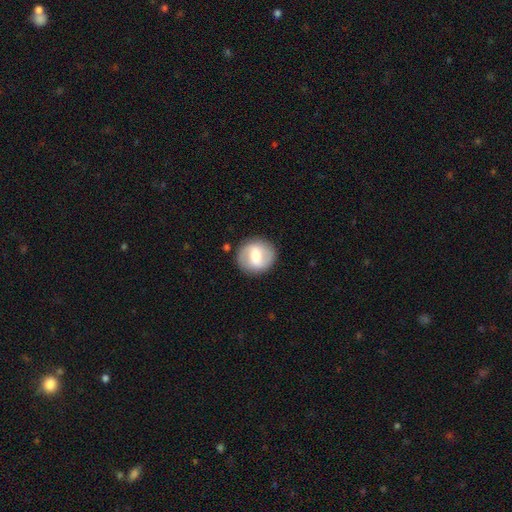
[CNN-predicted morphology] A featured or disk galaxy (49%).

Vote fractions:
- Smooth or featured? featured or disk: 49% / smooth: 45% / star or artifact: 6%
- Merging? none: 85% / minor disturbance: 10% / major disturbance: 4% / merger: 2%